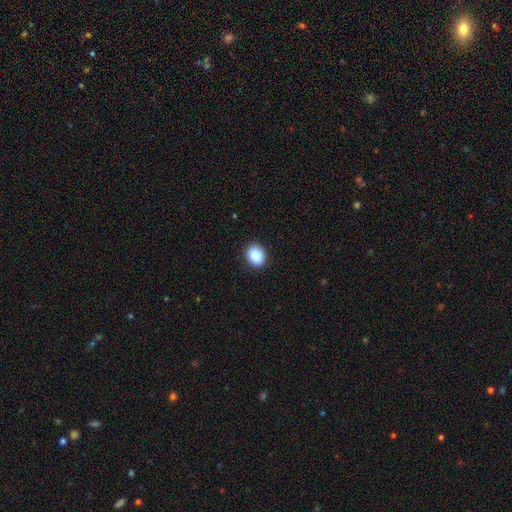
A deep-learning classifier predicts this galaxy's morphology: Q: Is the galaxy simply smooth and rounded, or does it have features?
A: smooth — 88%.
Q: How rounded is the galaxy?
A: round — 52%.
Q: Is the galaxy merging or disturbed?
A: none — 90%.